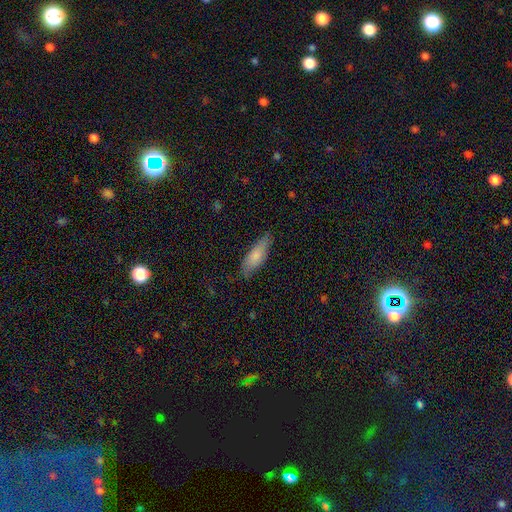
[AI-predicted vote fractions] smooth 75%, featured or disk 19%, star or artifact 6%. Down the decision tree: how rounded — in between (52%); merging — none (77%).